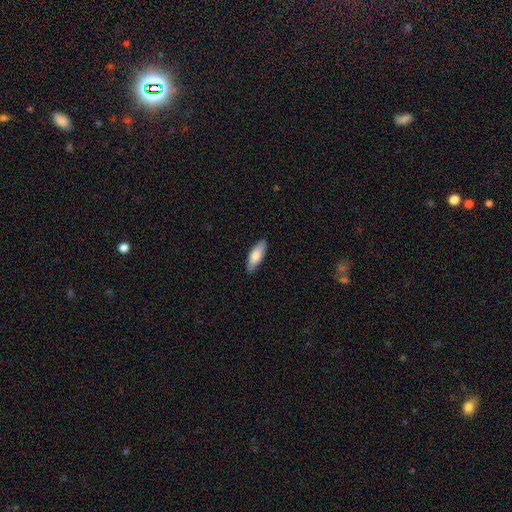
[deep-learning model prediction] A smooth galaxy with no disk features (81%) that is in between round and cigar-shaped (72%). Merging: none (86%).